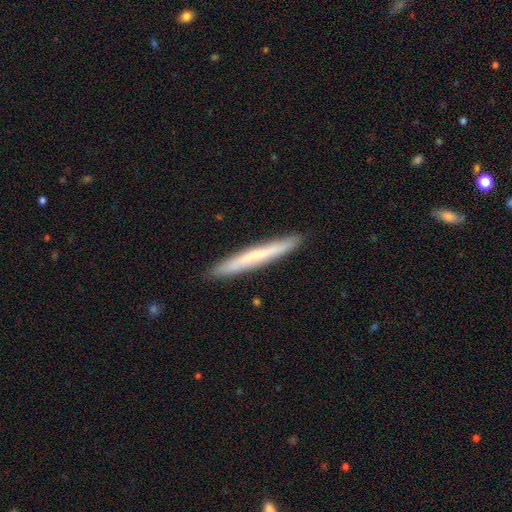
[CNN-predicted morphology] The model was most divided on "smooth or featured": smooth: 50%, featured or disk: 45%, star or artifact: 6%. More confident: merging — none (90%).